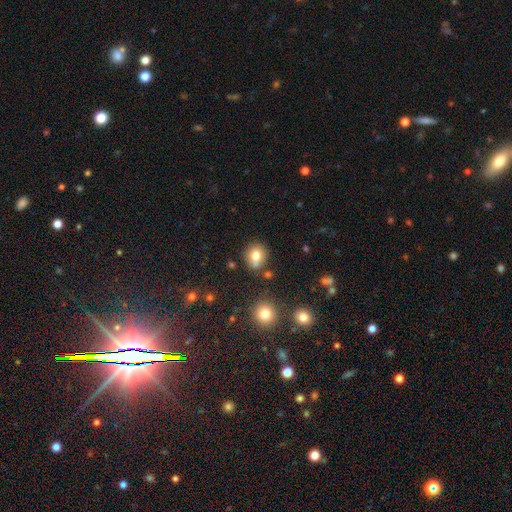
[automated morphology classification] smooth_or_featured: smooth (p=0.77) [alt: star or artifact p=0.12]
how_rounded: round (p=0.84) [alt: in between p=0.15]
merging: none (p=0.71) [alt: merger p=0.15]